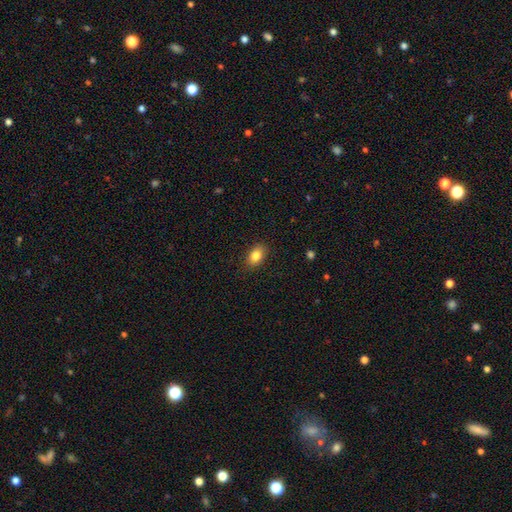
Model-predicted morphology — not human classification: This is clearly a smooth galaxy (83%). How rounded: clearly in between (83%). Merging: clearly none (87%).